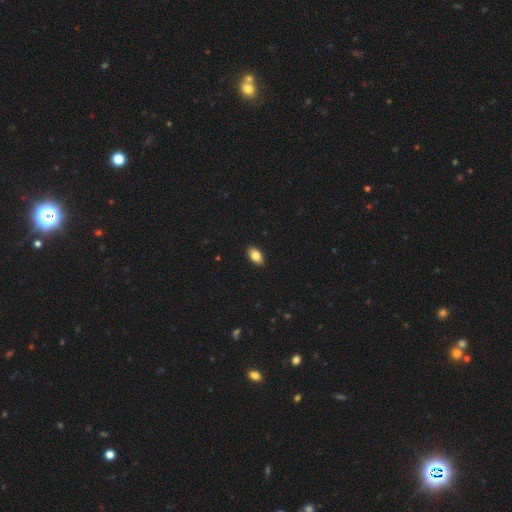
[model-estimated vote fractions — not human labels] smooth 83%, featured or disk 9%, star or artifact 8%. Down the decision tree: how rounded — in between (91%); merging — none (90%).